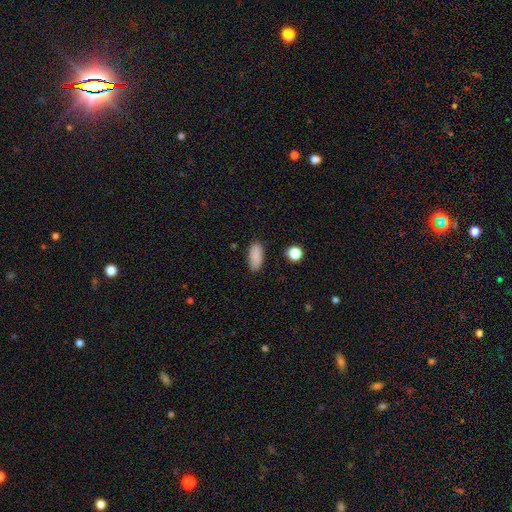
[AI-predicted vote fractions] This is clearly a smooth galaxy (88%). How rounded: clearly in between (86%). Merging: clearly none (85%).